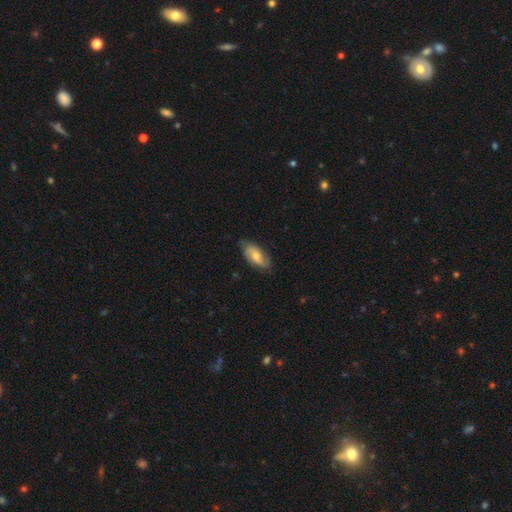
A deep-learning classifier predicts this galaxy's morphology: smooth-or-featured: featured or disk: 49% | smooth: 44% | star or artifact: 6%
  merging: none: 75% | minor disturbance: 19% | major disturbance: 4% | merger: 1%